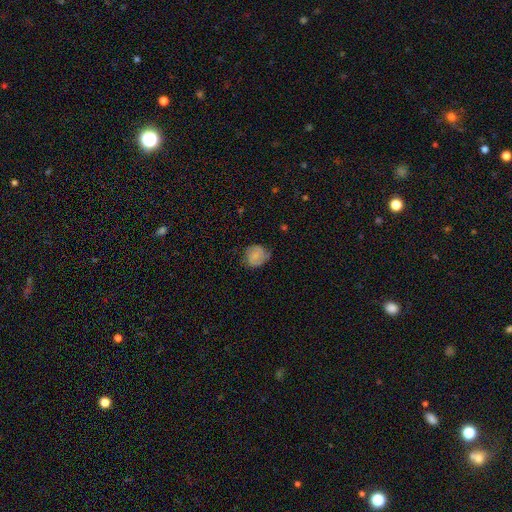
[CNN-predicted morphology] Overall: smooth (59%; featured or disk 33%). How rounded: round (75%). Merging: none (64%; minor disturbance 26%).